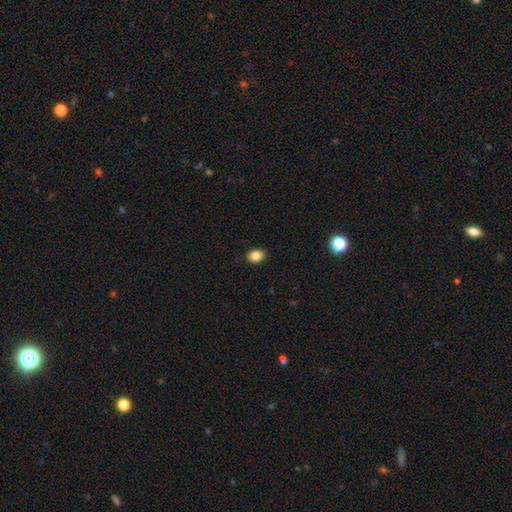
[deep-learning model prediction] smooth-or-featured: smooth: 85% | star or artifact: 10% | featured or disk: 5%
  how-rounded: in between: 62% | round: 37% | cigar-shaped: 1%
  merging: none: 89% | minor disturbance: 8% | major disturbance: 2% | merger: 1%